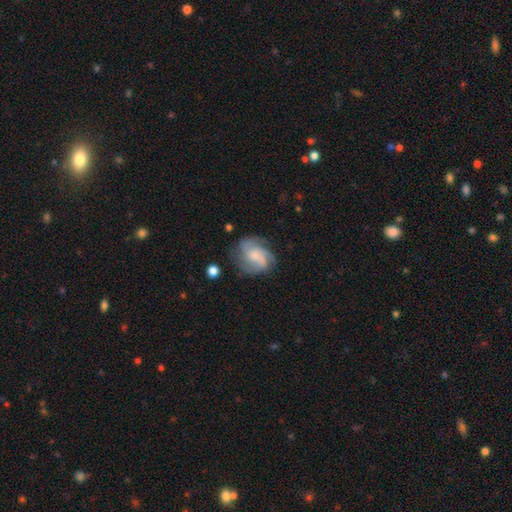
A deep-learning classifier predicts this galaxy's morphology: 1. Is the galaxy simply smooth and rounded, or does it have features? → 71% featured or disk, 21% smooth, 8% star or artifact.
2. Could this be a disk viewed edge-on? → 98% no, 2% yes.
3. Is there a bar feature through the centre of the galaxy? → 68% no, 28% weak, 4% strong.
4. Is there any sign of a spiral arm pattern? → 93% yes, 7% no.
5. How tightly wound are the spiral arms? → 47% medium, 30% tight, 22% loose.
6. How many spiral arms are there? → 44% 3, 18% 4, 17% can't tell, 12% 2, 5% 1, 5% more than 4.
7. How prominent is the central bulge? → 38% moderate, 31% small, 18% none, 12% large, 2% dominant.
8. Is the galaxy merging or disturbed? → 66% none, 20% minor disturbance, 12% major disturbance, 2% merger.